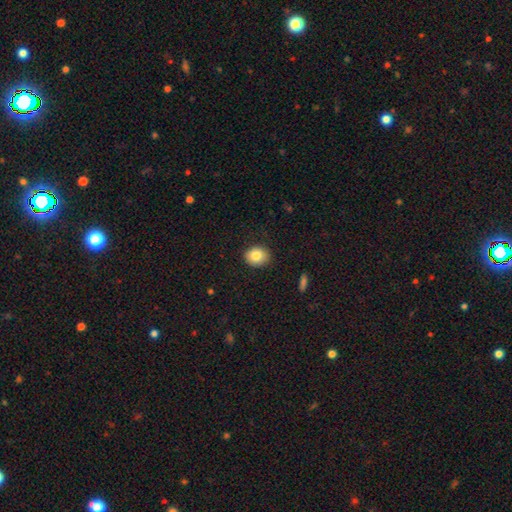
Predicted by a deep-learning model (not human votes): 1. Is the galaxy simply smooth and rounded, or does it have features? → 83% smooth, 9% star or artifact, 8% featured or disk.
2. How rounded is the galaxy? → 69% round, 30% in between, 1% cigar-shaped.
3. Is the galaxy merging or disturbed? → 87% none, 10% minor disturbance, 2% major disturbance, 1% merger.